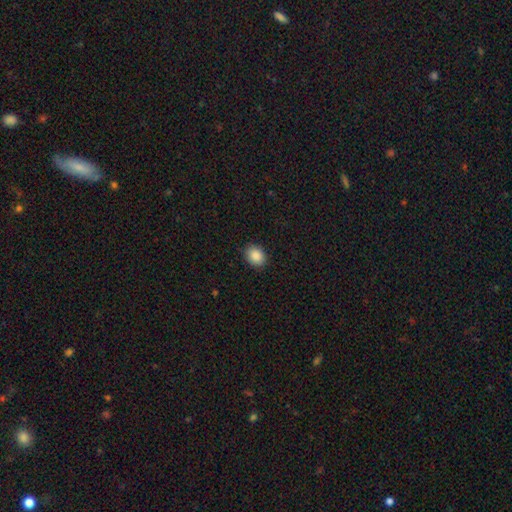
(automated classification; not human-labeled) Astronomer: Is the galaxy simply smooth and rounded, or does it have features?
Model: smooth — 89%.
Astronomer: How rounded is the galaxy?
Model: in between — 56% (runner-up: round, 43%).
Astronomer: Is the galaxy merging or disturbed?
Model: none — 88%.